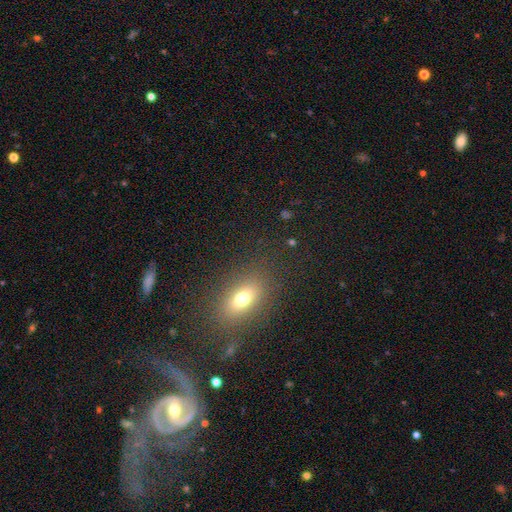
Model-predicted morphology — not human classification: smooth_or_featured: smooth (p=0.46) [alt: featured or disk p=0.37]
merging: none (p=0.74) [alt: minor disturbance p=0.13]